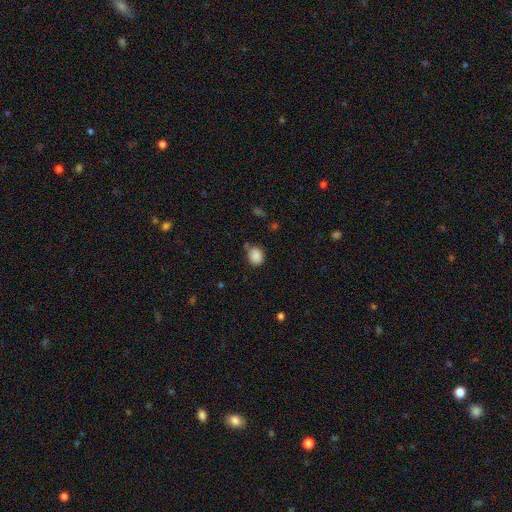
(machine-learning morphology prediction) Smooth or featured? Predicted: smooth (p=0.87). How rounded? Predicted: round (p=0.64). Merging? Predicted: none (p=0.66).